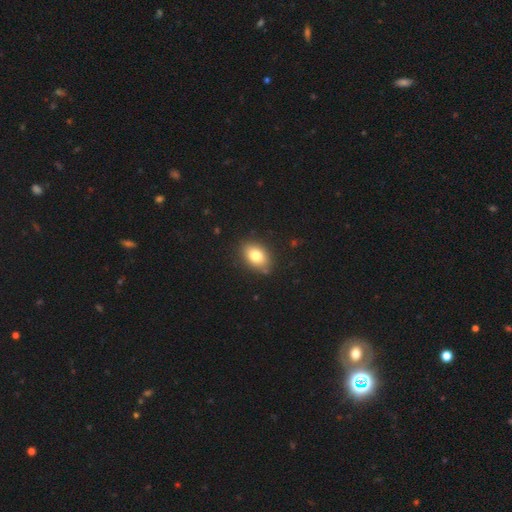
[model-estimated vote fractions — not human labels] Smooth or featured? Predicted: smooth (p=0.81). How rounded? Predicted: in between (p=0.84). Merging? Predicted: none (p=0.85).